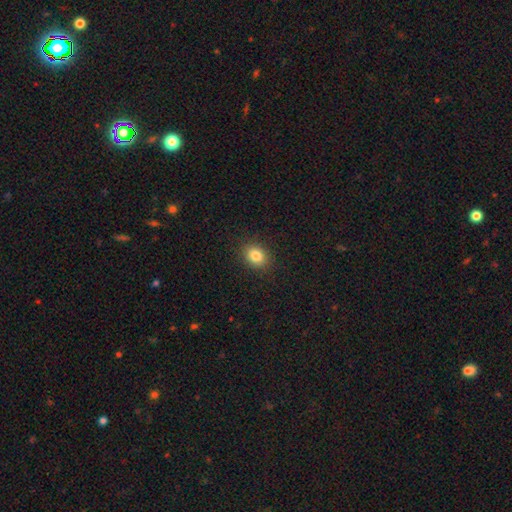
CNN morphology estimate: Smooth or featured?
  - smooth: 84% *
  - star or artifact: 10%
  - featured or disk: 6%
How rounded?
  - in between: 51% *
  - round: 48%
  - cigar-shaped: 1%
Merging?
  - none: 89% *
  - minor disturbance: 8%
  - major disturbance: 2%
  - merger: 1%